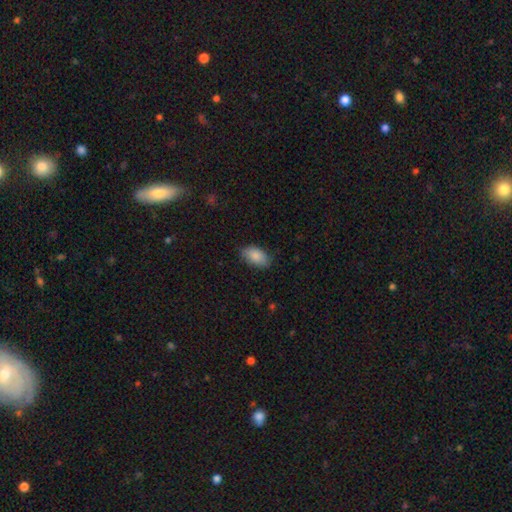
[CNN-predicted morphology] Smooth or featured? Predicted: smooth (p=0.87). How rounded? Predicted: in between (p=0.93). Merging? Predicted: none (p=0.81).